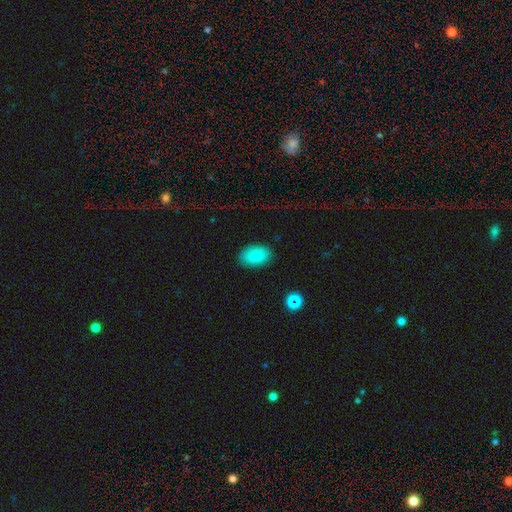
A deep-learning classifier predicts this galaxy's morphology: Smooth or featured? smooth (86%)
How rounded? in between (91%)
Merging? none (86%)